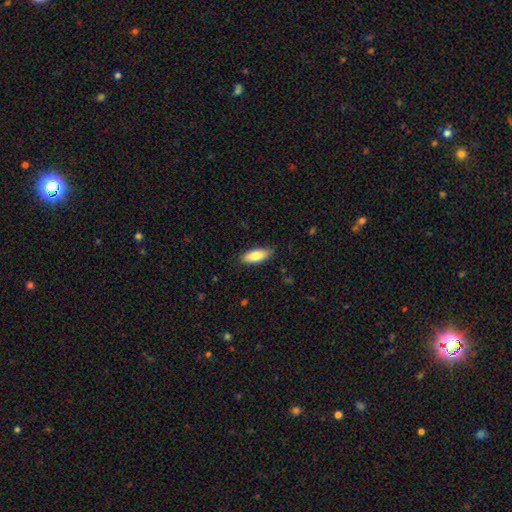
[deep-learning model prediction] Overall: smooth (81%). How rounded: in between (74%). Merging: none (86%).